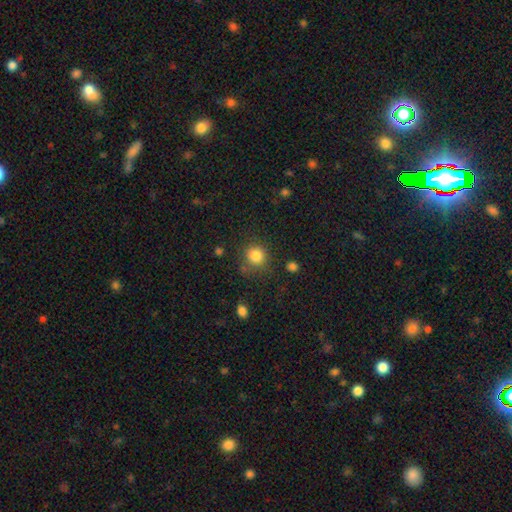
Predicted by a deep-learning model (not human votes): smooth 83%, star or artifact 12%, featured or disk 5%. Down the decision tree: how rounded — round (89%); merging — none (78%).